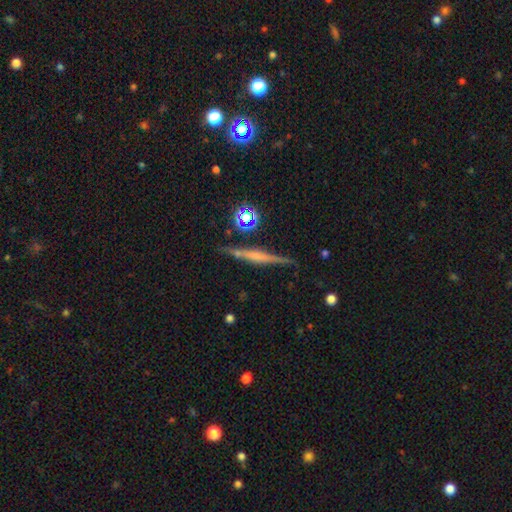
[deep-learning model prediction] This is likely a featured or disk galaxy (67%). It is clearly viewed edge-on (97%). Edge-on bulge: marginally rounded (39%). Merging: clearly none (85%).